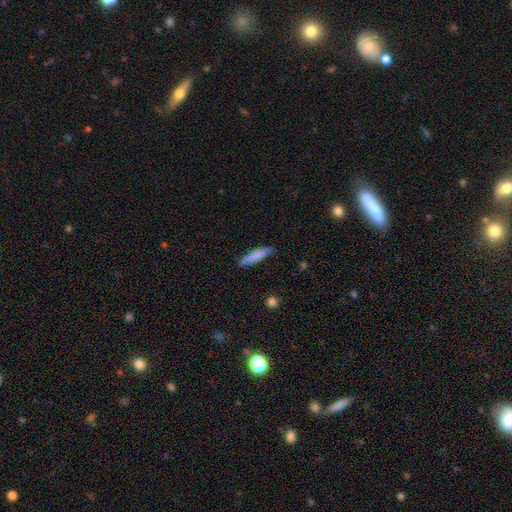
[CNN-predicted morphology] smooth_or_featured: smooth (p=0.80) [alt: featured or disk p=0.14]
how_rounded: cigar-shaped (p=0.85) [alt: in between p=0.14]
merging: none (p=0.85) [alt: minor disturbance p=0.11]